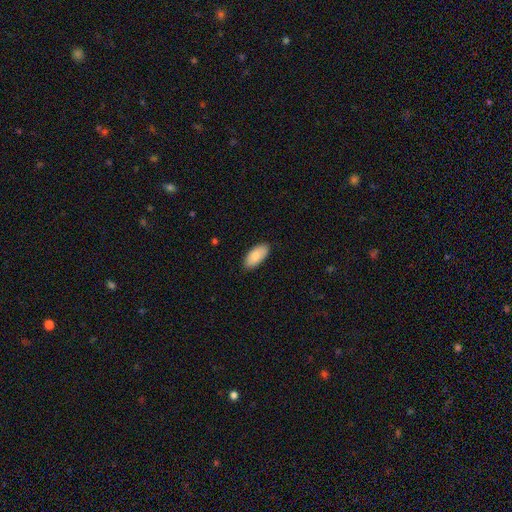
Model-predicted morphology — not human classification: type=smooth (86%); roundness=in between (92%); merging=none (85%).